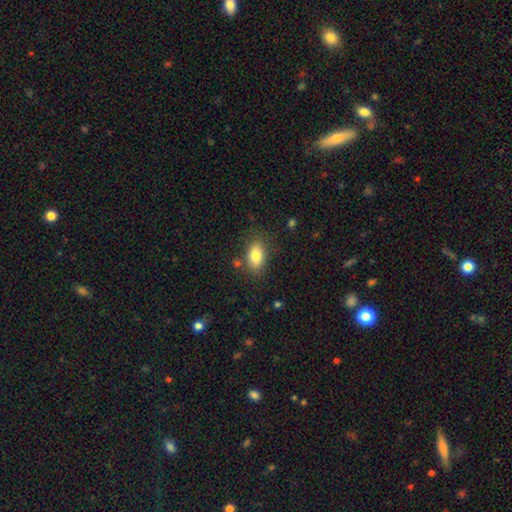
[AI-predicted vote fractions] The model was most divided on "merging": none: 80%, minor disturbance: 13%, merger: 4%, major disturbance: 4%. More confident: how rounded — in between (89%); smooth or featured — smooth (82%).